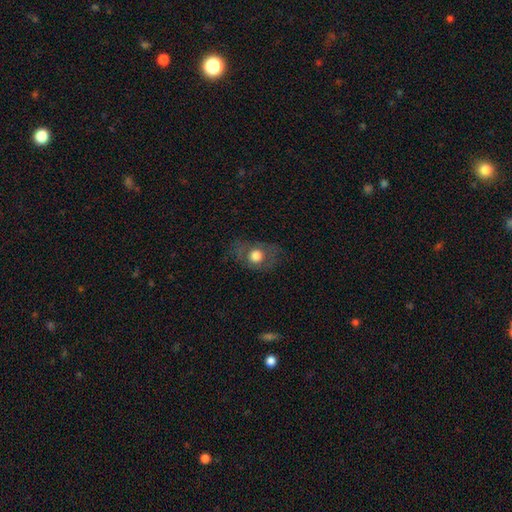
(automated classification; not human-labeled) Smooth or featured?
  - smooth: 58% *
  - featured or disk: 32%
  - star or artifact: 10%
How rounded?
  - round: 49% * (tied)
  - in between: 49% * (tied)
  - cigar-shaped: 2%
Merging?
  - none: 70% *
  - minor disturbance: 17%
  - major disturbance: 11%
  - merger: 1%